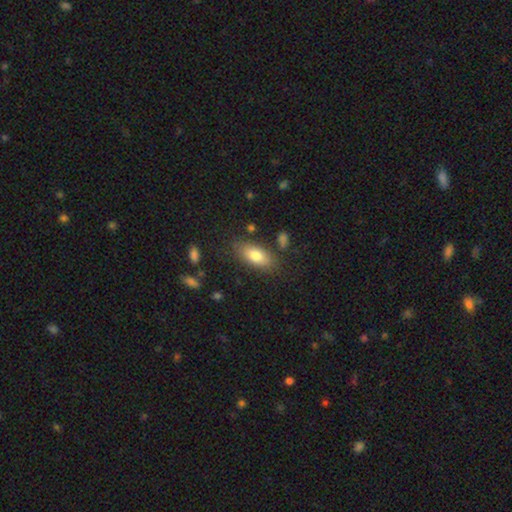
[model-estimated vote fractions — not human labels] Overall: smooth (79%). How rounded: in between (86%). Merging: none (80%).